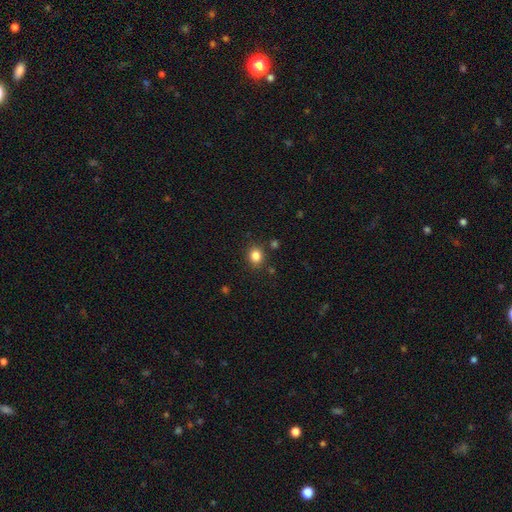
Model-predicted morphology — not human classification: Smooth or featured? Predicted: smooth (p=0.83). How rounded? Predicted: round (p=0.71). Merging? Predicted: none (p=0.86).